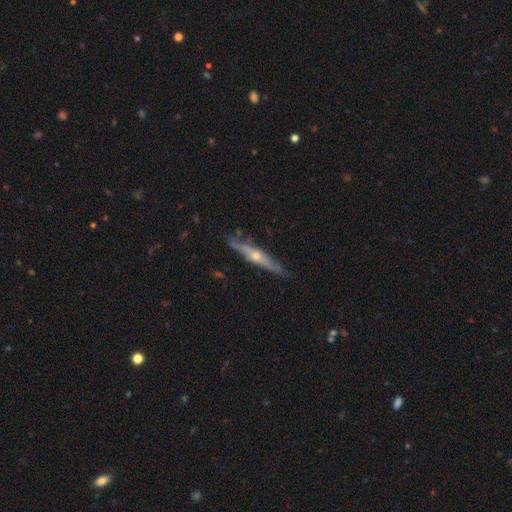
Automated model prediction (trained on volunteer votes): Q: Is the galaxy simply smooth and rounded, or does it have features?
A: featured or disk — 72%.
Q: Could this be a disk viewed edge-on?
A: yes — 93%.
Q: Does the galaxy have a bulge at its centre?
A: rounded — 87%.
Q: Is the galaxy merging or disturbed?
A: none — 84%.